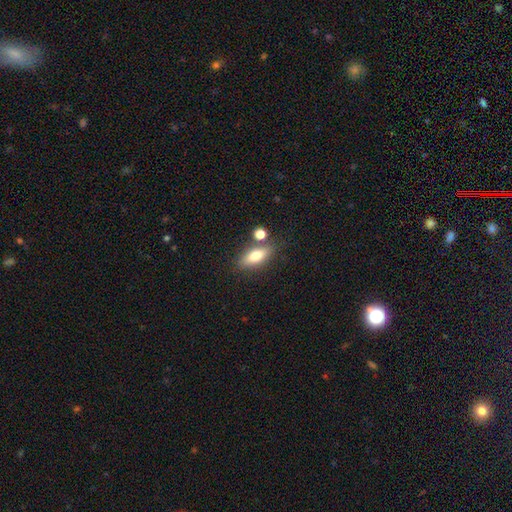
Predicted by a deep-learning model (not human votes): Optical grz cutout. It shows a smooth galaxy with no disk features (72%) that is in between round and cigar-shaped (71%). Merging: none (69%).